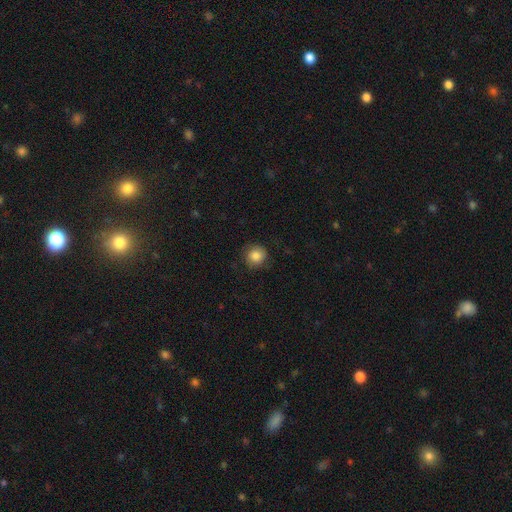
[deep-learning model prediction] Smooth or featured?
  - smooth: 82% *
  - star or artifact: 9%
  - featured or disk: 9%
How rounded?
  - round: 91% *
  - in between: 8%
  - cigar-shaped: 1%
Merging?
  - none: 82% *
  - minor disturbance: 13%
  - major disturbance: 4%
  - merger: 1%